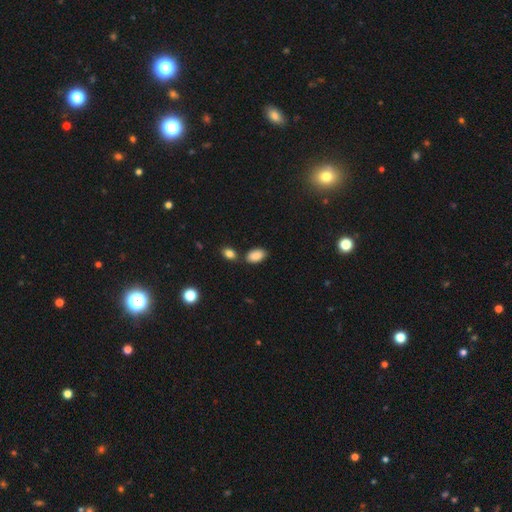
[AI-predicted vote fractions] Smooth or featured?
  - smooth: 89% *
  - star or artifact: 7%
  - featured or disk: 4%
How rounded?
  - in between: 93% *
  - round: 6%
  - cigar-shaped: 1%
Merging?
  - none: 75% *
  - minor disturbance: 12%
  - merger: 10%
  - major disturbance: 3%